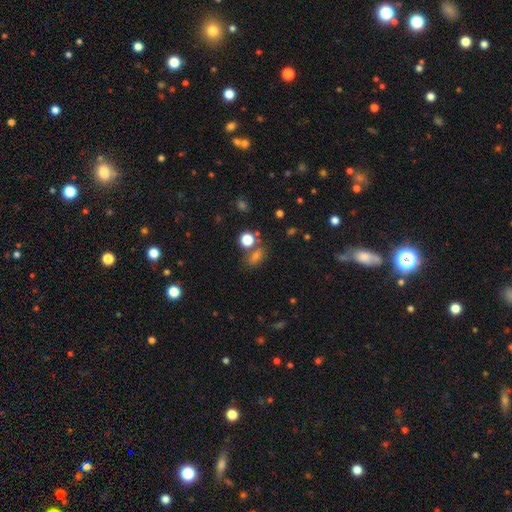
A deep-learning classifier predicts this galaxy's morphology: Smooth or featured: smooth — 60% (star or artifact — 29%)
How rounded: in between — 62% (round — 34%)
Merging: none — 64% (merger — 16%)